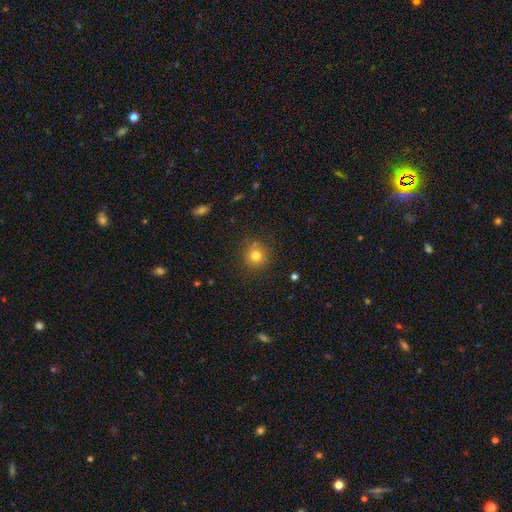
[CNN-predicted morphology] This is likely a smooth galaxy (78%). How rounded: clearly round (92%). Merging: clearly none (86%).